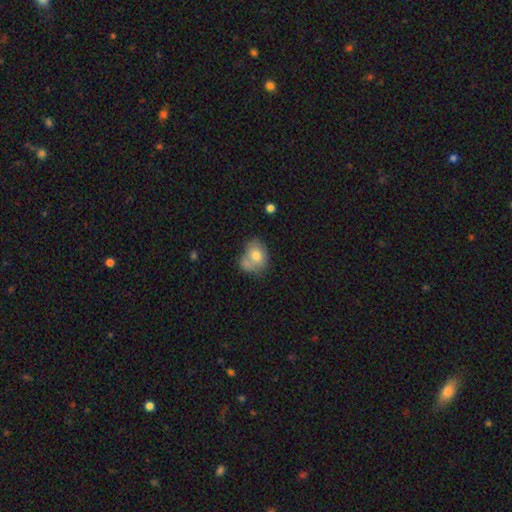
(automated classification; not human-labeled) smooth 74%, featured or disk 18%, star or artifact 8%. Down the decision tree: how rounded — in between (56%); merging — merger (39%).